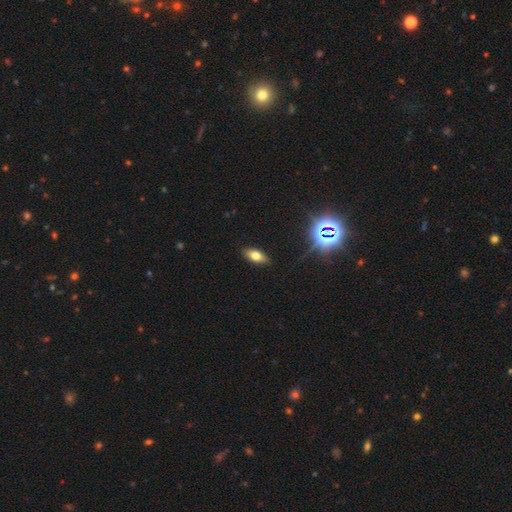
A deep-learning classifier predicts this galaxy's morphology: Smooth or featured? Predicted: smooth (p=0.68). How rounded? Predicted: in between (p=0.84). Merging? Predicted: none (p=0.87).